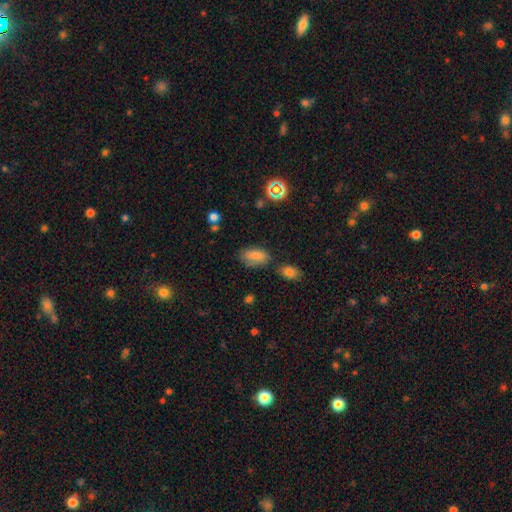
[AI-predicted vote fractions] This is likely a smooth galaxy (78%). How rounded: clearly in between (92%). Merging: likely none (66%).